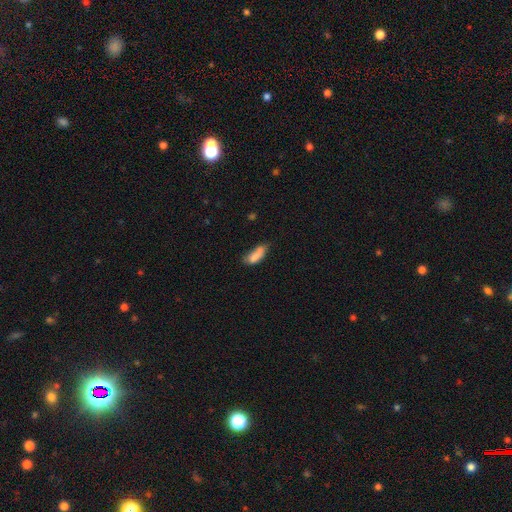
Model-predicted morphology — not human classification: The model was most divided on "merging": minor disturbance: 39%, none: 38%, major disturbance: 15%, merger: 8%. More confident: smooth or featured — smooth (80%); how rounded — in between (74%).